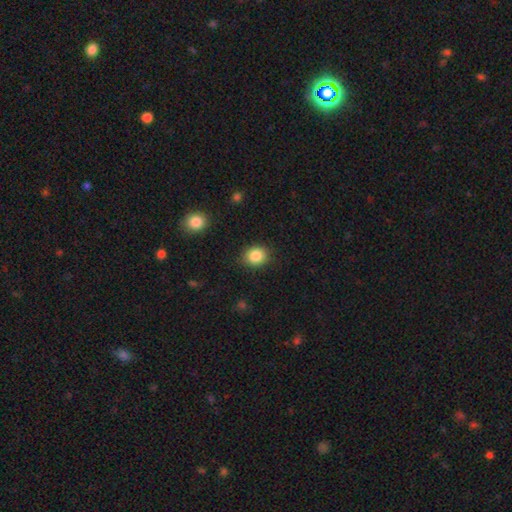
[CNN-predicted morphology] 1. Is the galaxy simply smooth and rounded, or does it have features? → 86% smooth, 10% star or artifact, 5% featured or disk.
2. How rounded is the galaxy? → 69% round, 30% in between, 1% cigar-shaped.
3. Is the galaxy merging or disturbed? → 87% none, 9% minor disturbance, 3% major disturbance, 1% merger.